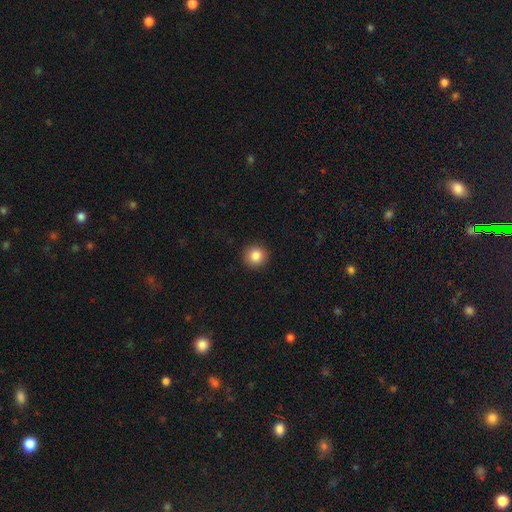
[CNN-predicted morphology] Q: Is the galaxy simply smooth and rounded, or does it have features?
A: smooth — 85%.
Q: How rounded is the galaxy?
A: round — 93%.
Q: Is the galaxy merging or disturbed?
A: none — 92%.